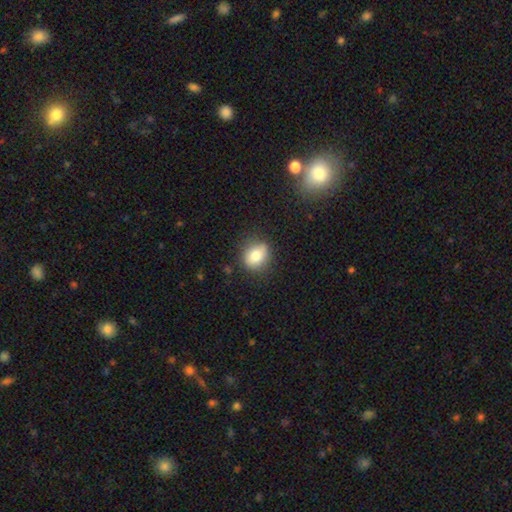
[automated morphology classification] A smooth galaxy with no disk features (80%) that is round (60%). Merging: none (80%).